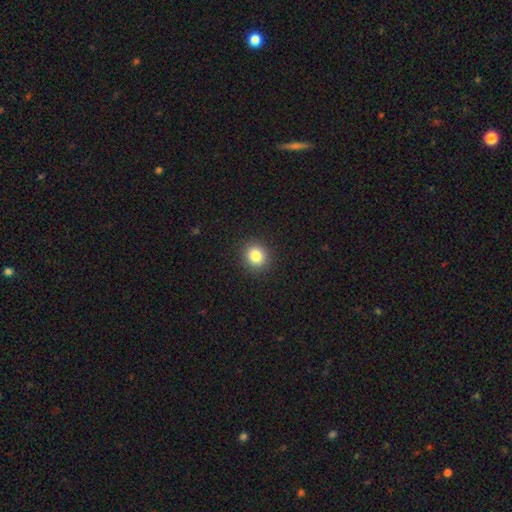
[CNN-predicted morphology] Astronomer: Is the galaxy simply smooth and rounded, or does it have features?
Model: smooth — 84%.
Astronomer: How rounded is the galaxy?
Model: round — 84%.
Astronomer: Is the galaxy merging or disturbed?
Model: none — 91%.